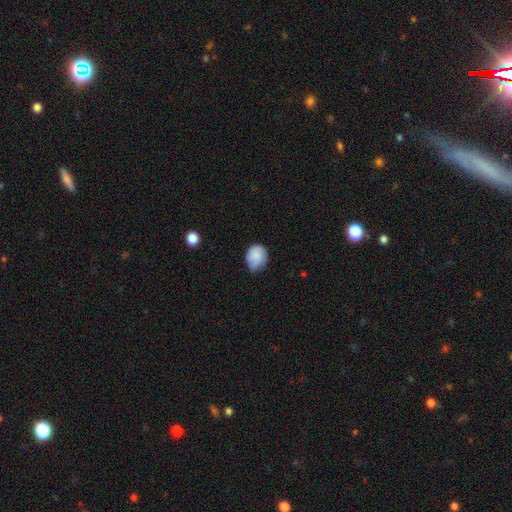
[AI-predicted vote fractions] smooth_or_featured: smooth (p=0.84) [alt: featured or disk p=0.09]
how_rounded: round (p=0.59) [alt: in between p=0.40]
merging: none (p=0.60) [alt: minor disturbance p=0.34]